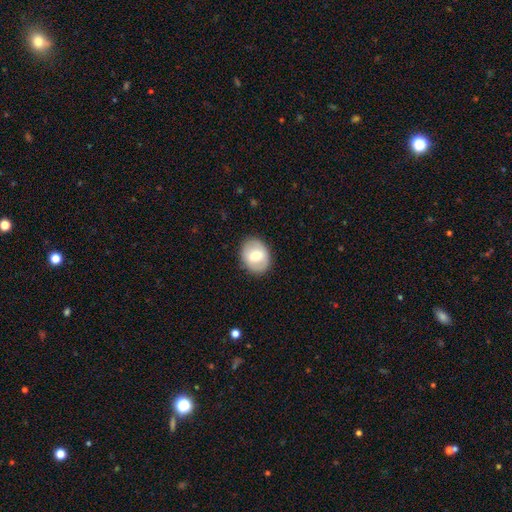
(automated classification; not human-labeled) Smooth or featured?
  - smooth: 58% *
  - featured or disk: 35%
  - star or artifact: 7%
How rounded?
  - in between: 50% *
  - round: 49%
  - cigar-shaped: 1%
Merging?
  - none: 86% *
  - minor disturbance: 10%
  - major disturbance: 3%
  - merger: 1%